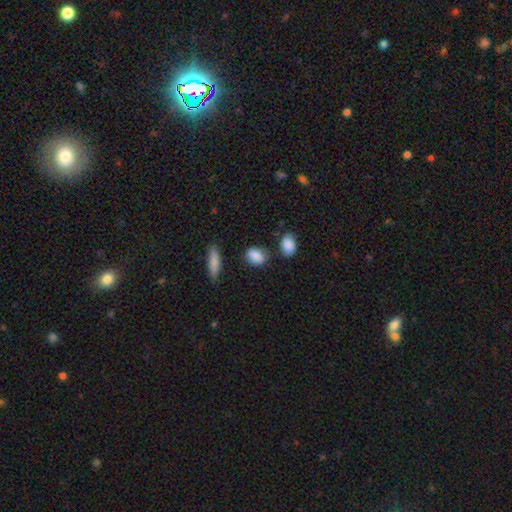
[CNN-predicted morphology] A smooth galaxy with no disk features (86%) that is in between round and cigar-shaped (79%).

Vote fractions:
- Smooth or featured? smooth: 86% / star or artifact: 8% / featured or disk: 6%
- How rounded? in between: 79% / round: 18% / cigar-shaped: 3%
- Merging? none: 72% / minor disturbance: 17% / merger: 6% / major disturbance: 4%